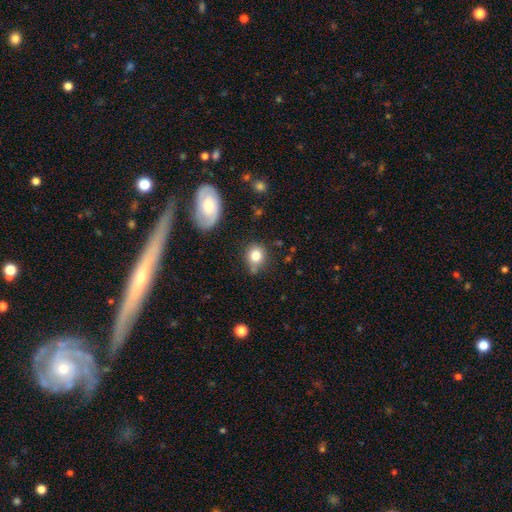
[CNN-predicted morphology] Overall: smooth (81%). How rounded: round (75%). Merging: none (66%).